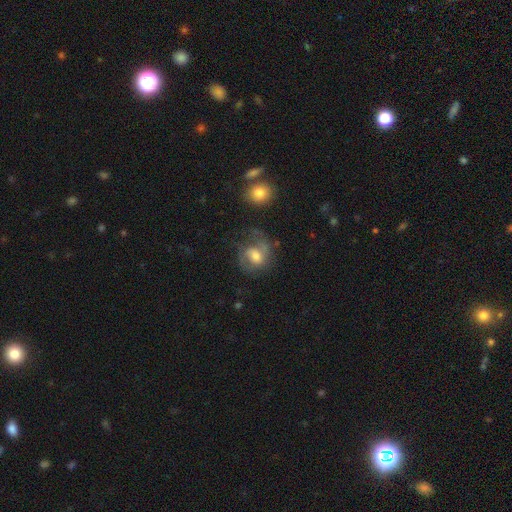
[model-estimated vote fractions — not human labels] The model was most divided on "bar": no: 49%, weak: 42%, strong: 9%. Remaining: edge-on disk — no (97%); spiral arms — yes (81%); bulge size — moderate (59%); smooth or featured — featured or disk (55%); merging — none (49%).